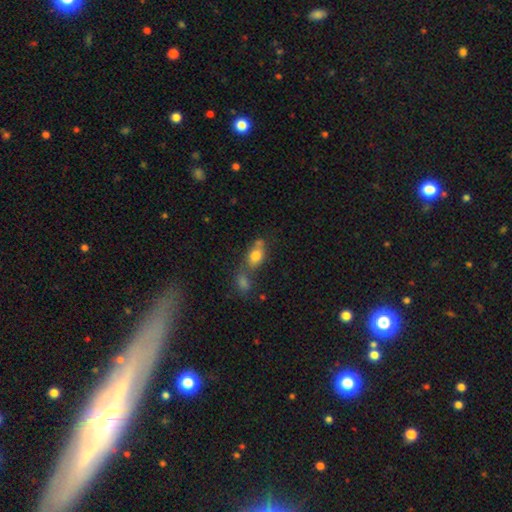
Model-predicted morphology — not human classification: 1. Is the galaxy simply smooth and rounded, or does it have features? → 76% smooth, 15% featured or disk, 9% star or artifact.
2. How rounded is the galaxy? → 76% in between, 19% round, 6% cigar-shaped.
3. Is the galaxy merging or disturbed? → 41% none, 39% merger, 15% minor disturbance, 6% major disturbance.